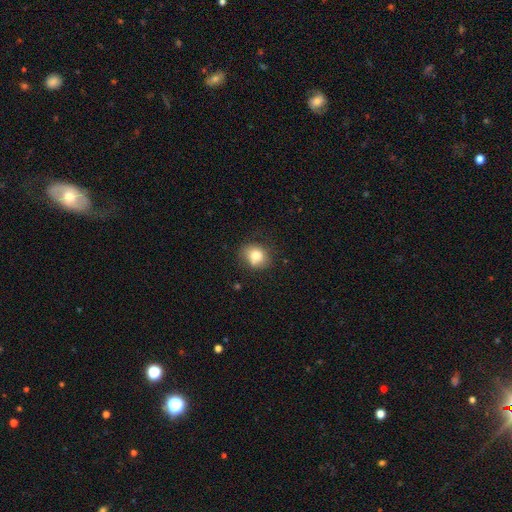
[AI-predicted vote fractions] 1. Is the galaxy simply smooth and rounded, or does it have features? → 79% smooth, 11% featured or disk, 10% star or artifact.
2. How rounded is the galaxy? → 65% round, 34% in between, 1% cigar-shaped.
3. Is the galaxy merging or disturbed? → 68% none, 21% minor disturbance, 6% major disturbance, 5% merger.